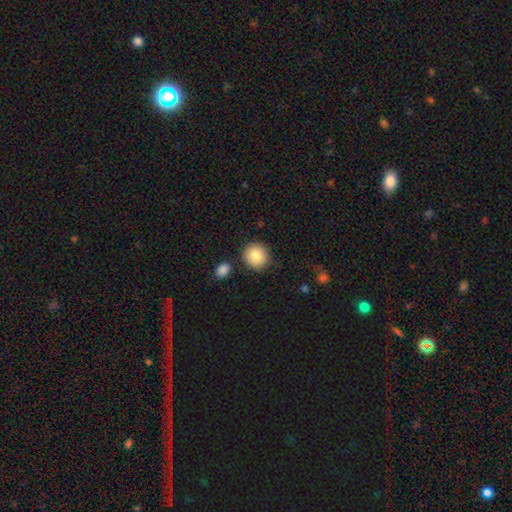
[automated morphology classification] This is clearly a smooth galaxy (88%). How rounded: clearly round (89%). Merging: clearly none (84%).